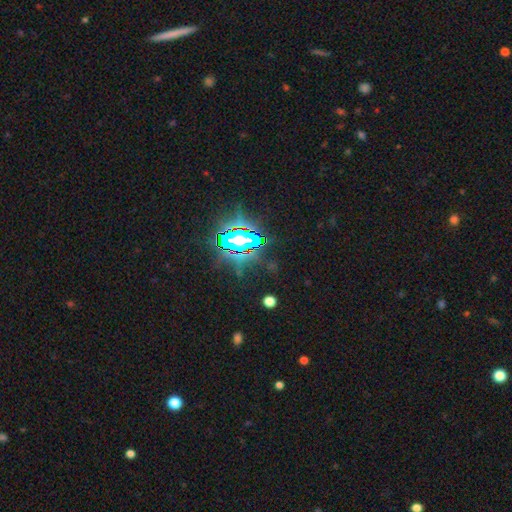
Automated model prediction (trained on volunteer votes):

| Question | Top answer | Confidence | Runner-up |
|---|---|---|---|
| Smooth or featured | star or artifact | 80% | smooth (10%) |